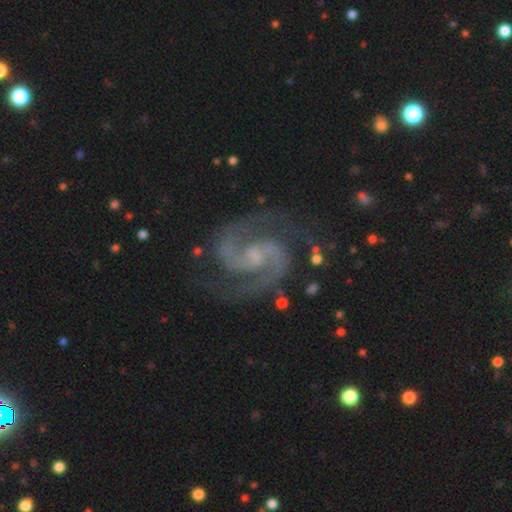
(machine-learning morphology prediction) type=featured or disk (94%); edge-on=no (98%); bar=weak (48%); spiral arms=yes (99%); winding=medium (66%); arm count=2 (94%); bulge=small (56%); merging=none (81%).